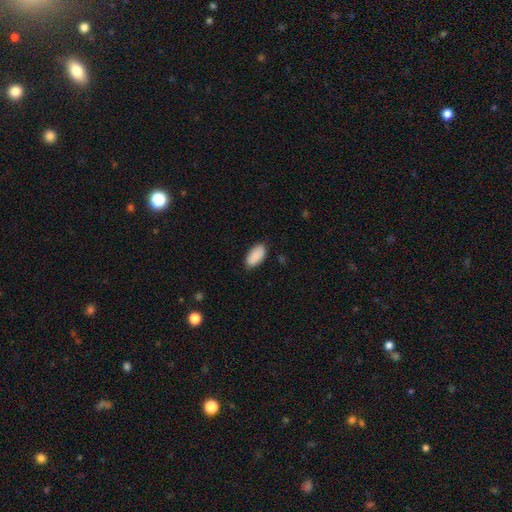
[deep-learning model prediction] smooth 90%, star or artifact 6%, featured or disk 4%. Down the decision tree: how rounded — in between (95%); merging — none (82%).